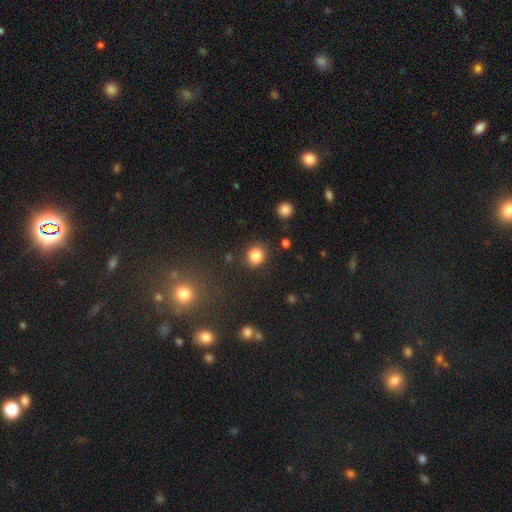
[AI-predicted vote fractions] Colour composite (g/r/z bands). It shows a smooth galaxy with no disk features (84%) that is round (80%). Merging: none (85%).